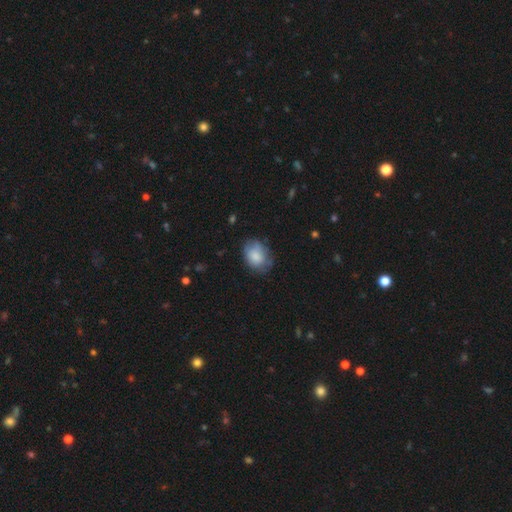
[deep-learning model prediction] This appears to be a smooth galaxy with no disk features (81%) that is in between round and cigar-shaped (66%). Merging: none (66%).